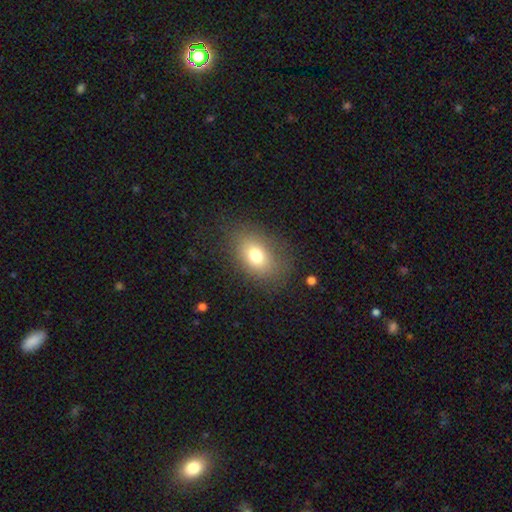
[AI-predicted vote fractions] smooth-or-featured: smooth: 74% | featured or disk: 14% | star or artifact: 12%
  how-rounded: in between: 76% | round: 22% | cigar-shaped: 2%
  merging: none: 80% | minor disturbance: 12% | major disturbance: 6% | merger: 1%